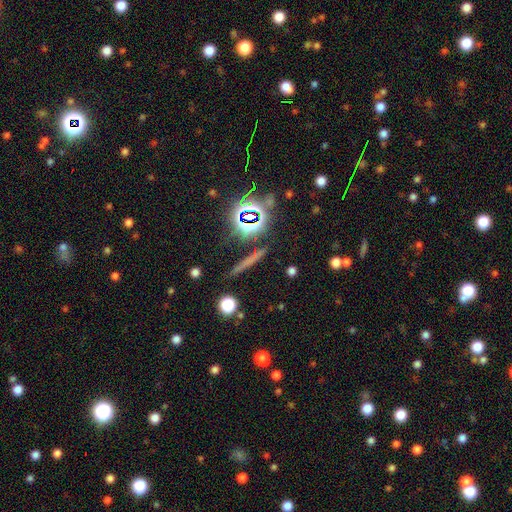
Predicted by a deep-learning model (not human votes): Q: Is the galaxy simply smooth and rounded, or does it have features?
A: smooth — 40%.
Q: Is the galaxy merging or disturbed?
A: none — 85%.